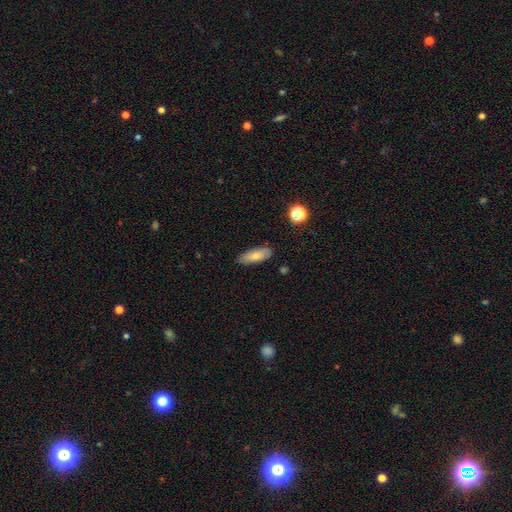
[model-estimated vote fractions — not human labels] This is likely a smooth galaxy (72%). How rounded: likely in between (69%). Merging: clearly none (85%).